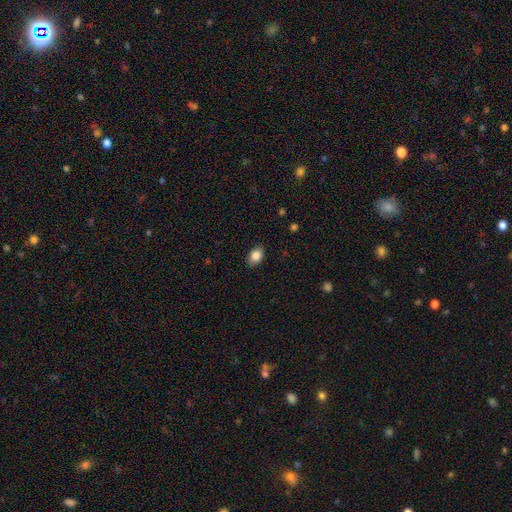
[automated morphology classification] Overall: smooth (85%). How rounded: in between (82%). Merging: none (87%).